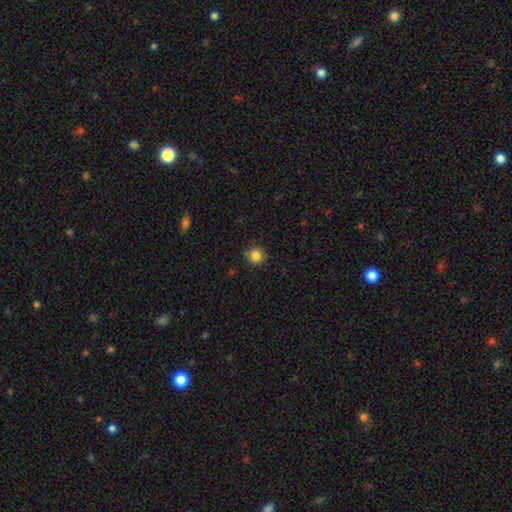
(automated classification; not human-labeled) smooth 84%, star or artifact 11%, featured or disk 5%. Down the decision tree: how rounded — round (92%); merging — none (83%).